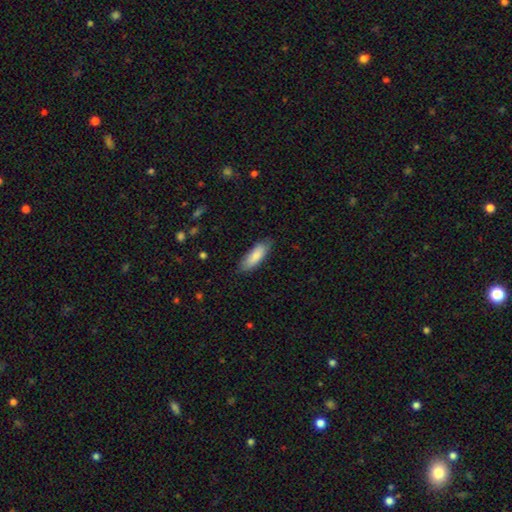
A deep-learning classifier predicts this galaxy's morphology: The model was most divided on "how rounded": in between: 62%, cigar-shaped: 36%, round: 2%. More confident: smooth or featured — smooth (84%); merging — none (80%).